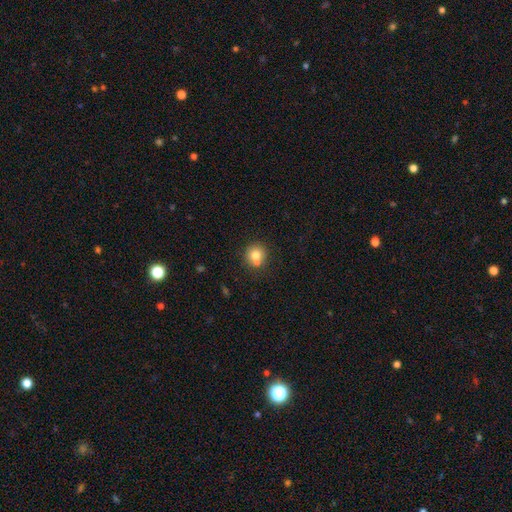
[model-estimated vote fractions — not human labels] Overall: smooth (76%). How rounded: round (89%). Merging: none (61%; merger 26%).